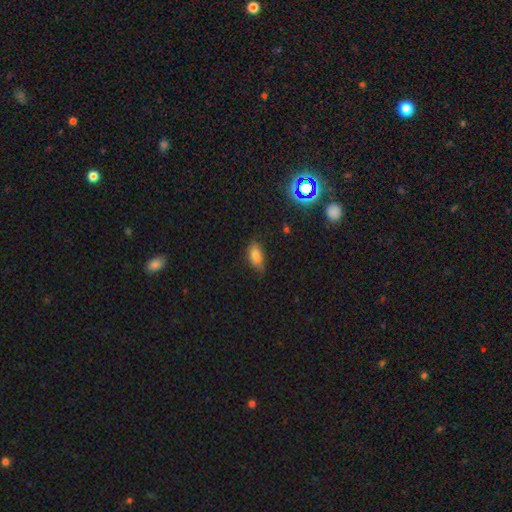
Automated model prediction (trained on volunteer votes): smooth-or-featured: smooth: 79% | star or artifact: 11% | featured or disk: 9%
  how-rounded: in between: 88% | cigar-shaped: 8% | round: 4%
  merging: none: 65% | minor disturbance: 28% | major disturbance: 6% | merger: 2%